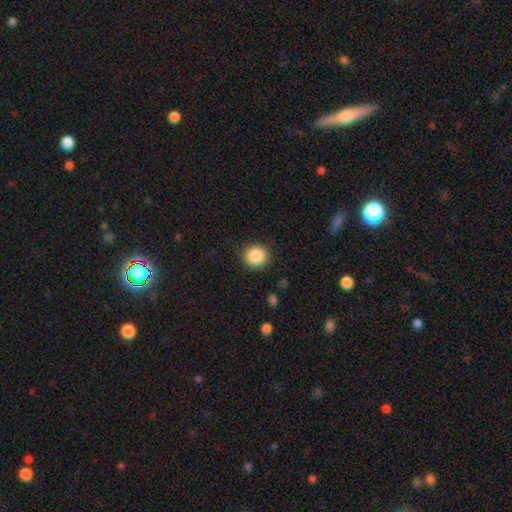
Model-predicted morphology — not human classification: A smooth galaxy with no disk features (88%) that is round (89%). Merging: none (89%).